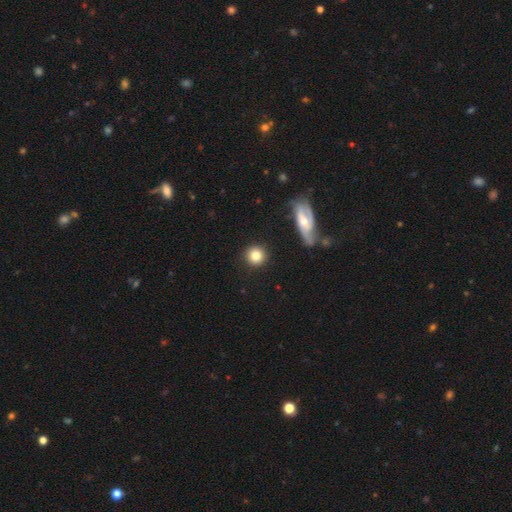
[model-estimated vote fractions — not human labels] smooth 82%, featured or disk 10%, star or artifact 9%. Down the decision tree: how rounded — round (93%); merging — none (88%).